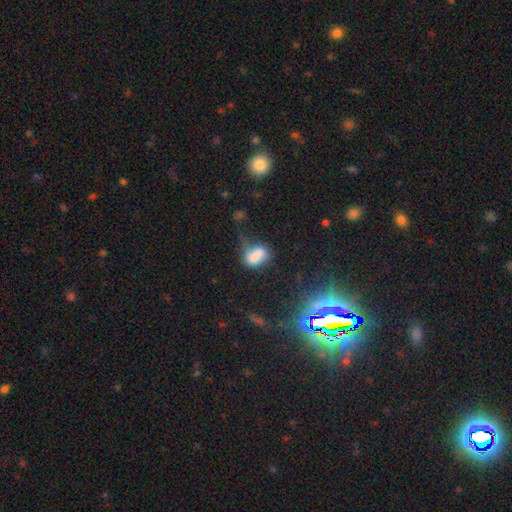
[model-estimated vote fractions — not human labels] Smooth or featured? Predicted: smooth (p=0.74). How rounded? Predicted: in between (p=0.79). Merging? Predicted: none (p=0.34).